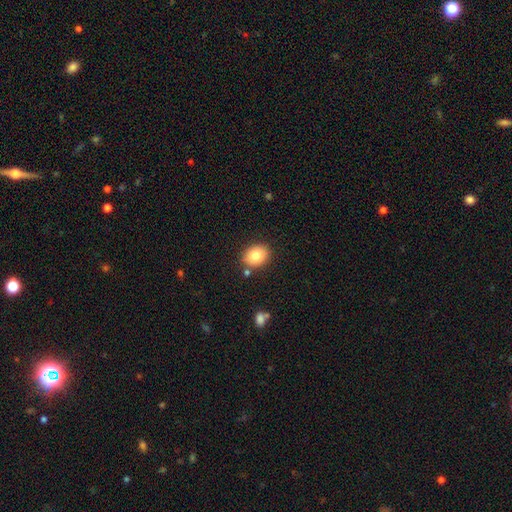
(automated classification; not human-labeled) A smooth galaxy with no disk features (82%) that is in between round and cigar-shaped (61%).

Vote fractions:
- Smooth or featured? smooth: 82% / featured or disk: 9% / star or artifact: 8%
- How rounded? in between: 61% / round: 38% / cigar-shaped: 1%
- Merging? none: 83% / minor disturbance: 10% / merger: 5% / major disturbance: 3%